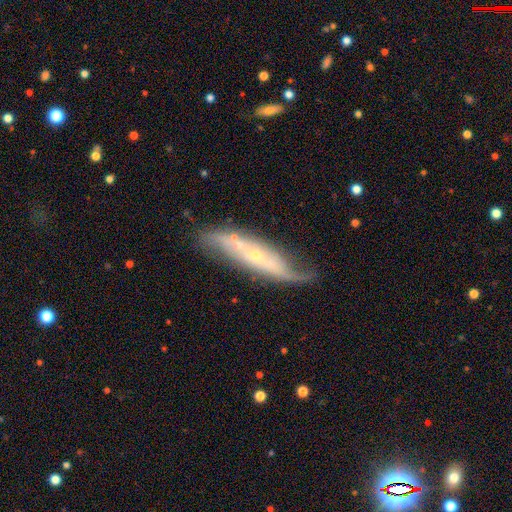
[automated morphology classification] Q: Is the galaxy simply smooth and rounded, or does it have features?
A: featured or disk — 73%.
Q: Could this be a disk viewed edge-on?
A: no — 64%.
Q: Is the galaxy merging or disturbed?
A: none — 59%.